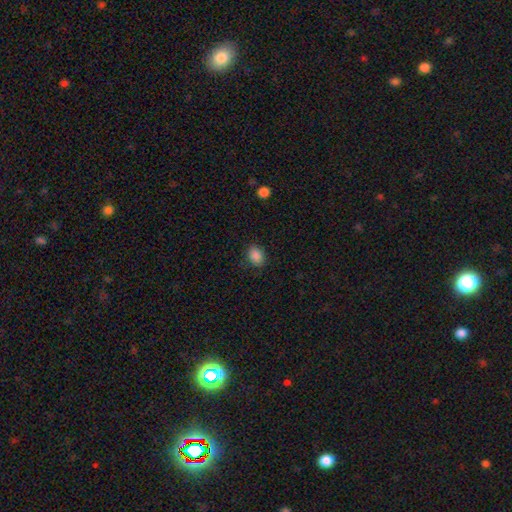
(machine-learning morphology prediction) This appears to be a smooth galaxy with no disk features (87%) that is in between round and cigar-shaped (65%). Merging: none (82%).